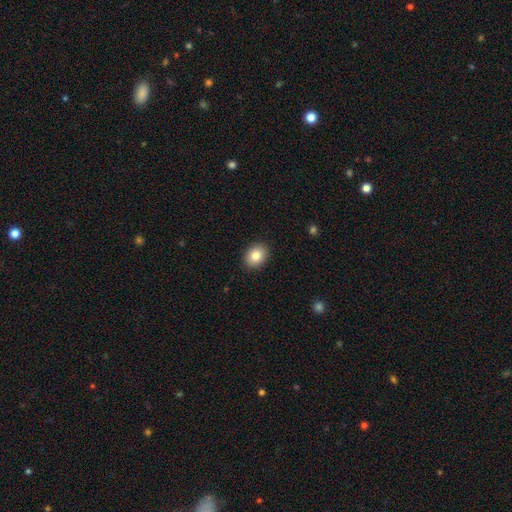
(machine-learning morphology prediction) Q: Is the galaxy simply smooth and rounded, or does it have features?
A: smooth — 84%.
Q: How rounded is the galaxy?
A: in between — 56%.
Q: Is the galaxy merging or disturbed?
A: none — 90%.